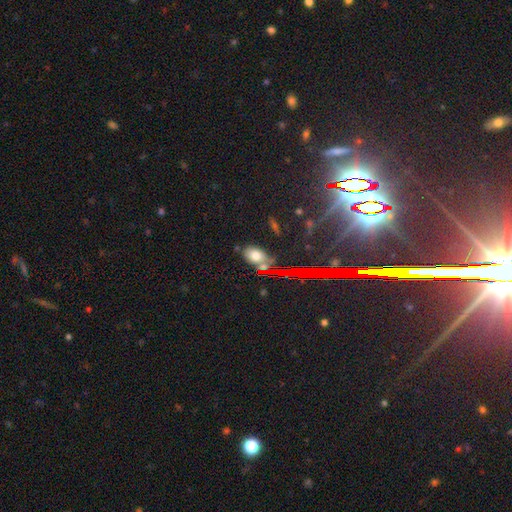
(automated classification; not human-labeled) A smooth galaxy with no disk features (70%) that is in between round and cigar-shaped (80%).

Vote fractions:
- Smooth or featured? smooth: 70% / star or artifact: 19% / featured or disk: 11%
- How rounded? in between: 80% / round: 17% / cigar-shaped: 3%
- Merging? none: 71% / minor disturbance: 17% / merger: 7% / major disturbance: 5%